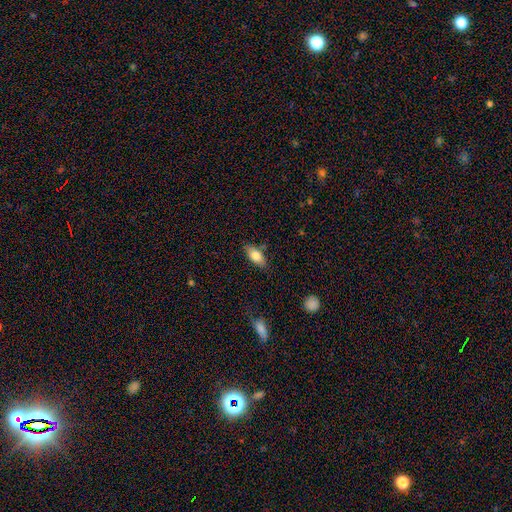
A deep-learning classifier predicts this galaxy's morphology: smooth-or-featured: smooth: 78% | featured or disk: 15% | star or artifact: 7%
  how-rounded: in between: 87% | cigar-shaped: 10% | round: 3%
  merging: none: 79% | minor disturbance: 15% | major disturbance: 3% | merger: 3%